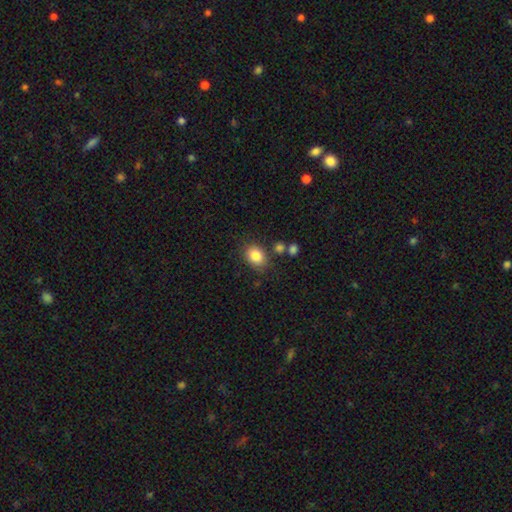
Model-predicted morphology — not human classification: smooth_or_featured: smooth (p=0.84) [alt: star or artifact p=0.09]
how_rounded: in between (p=0.59) [alt: round p=0.40]
merging: none (p=0.76) [alt: minor disturbance p=0.14]